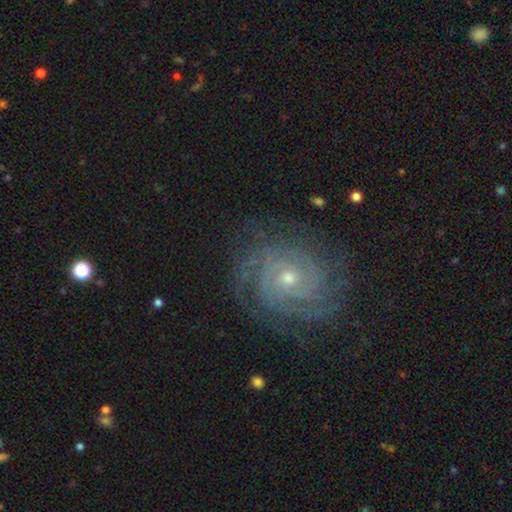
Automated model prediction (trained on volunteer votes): The model was most divided on "spiral arm count": can't tell: 24%, 3: 22%, 4: 18%, 2: 17%, more than 4: 12%, 1: 8%. More confident: spiral arms — yes (98%); edge-on disk — no (97%); smooth or featured — featured or disk (86%); merging — none (81%); spiral winding — tight (78%); bar — no (73%); bulge size — small (59%).